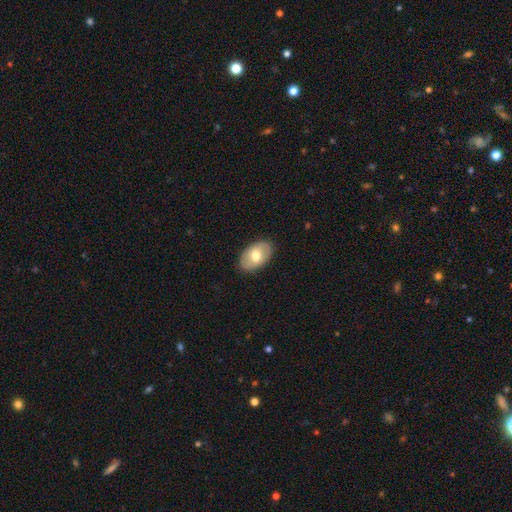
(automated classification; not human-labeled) Morphology: type=smooth (65%); roundness=in between (91%); merging=none (86%).